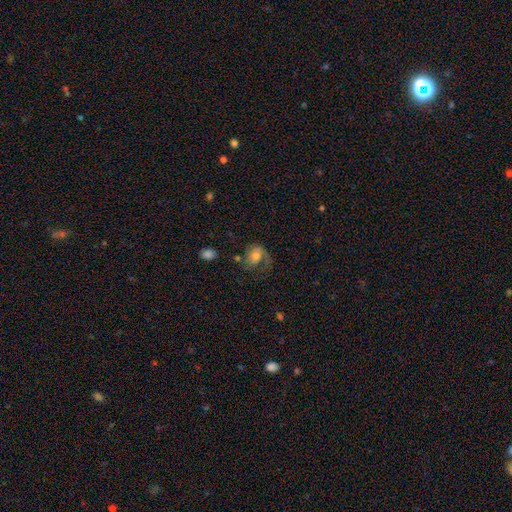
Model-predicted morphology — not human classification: A featured or disk galaxy (50%).

Vote fractions:
- Smooth or featured? featured or disk: 50% / smooth: 41% / star or artifact: 9%
- Merging? none: 38% / major disturbance: 37% / minor disturbance: 21% / merger: 5%